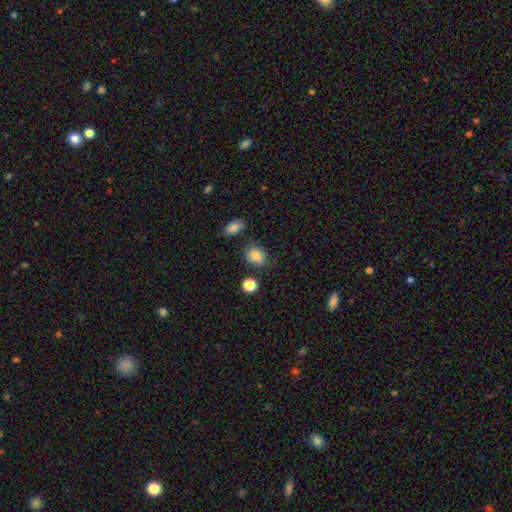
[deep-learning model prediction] A smooth galaxy with no disk features (84%) that is round (51%).

Vote fractions:
- Smooth or featured? smooth: 84% / star or artifact: 10% / featured or disk: 6%
- How rounded? round: 51% / in between: 48% / cigar-shaped: 1%
- Merging? none: 73% / minor disturbance: 16% / merger: 6% / major disturbance: 5%